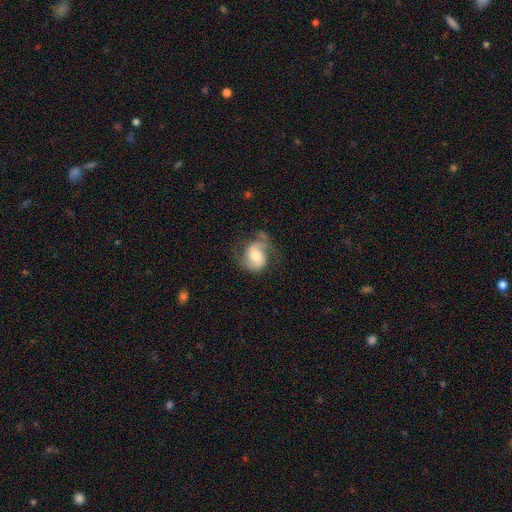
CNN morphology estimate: smooth_or_featured: featured or disk (p=0.64) [alt: smooth p=0.29]
disk_edge_on: no (p=0.97) [alt: yes p=0.03]
bar: no (p=0.52) [alt: weak p=0.36]
has_spiral_arms: yes (p=0.88) [alt: no p=0.12]
spiral_winding: medium (p=0.46) [alt: loose p=0.33]
spiral_arm_count: 2 (p=0.73) [alt: 1 p=0.15]
bulge_size: moderate (p=0.61) [alt: small p=0.22]
merging: none (p=0.50) [alt: minor disturbance p=0.26]